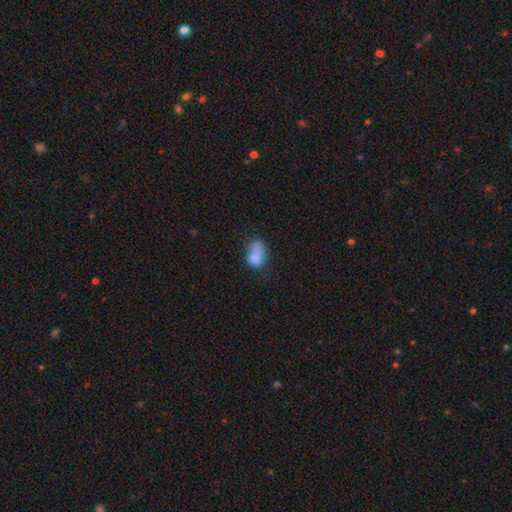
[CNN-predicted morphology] This is likely a smooth galaxy (77%). How rounded: clearly in between (85%). Merging: marginally none (36%).